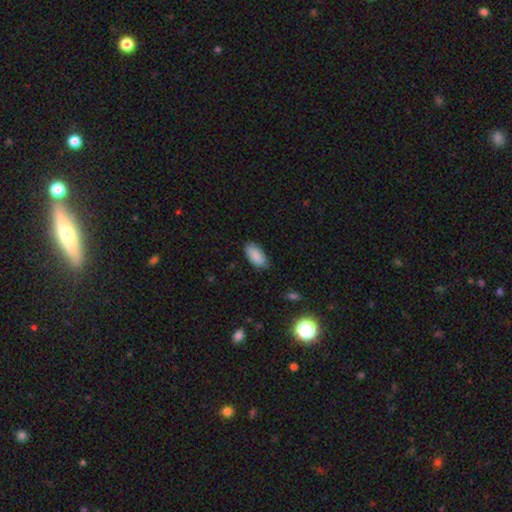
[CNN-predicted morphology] A smooth galaxy with no disk features (87%) that is in between round and cigar-shaped (93%). Merging: none (79%).